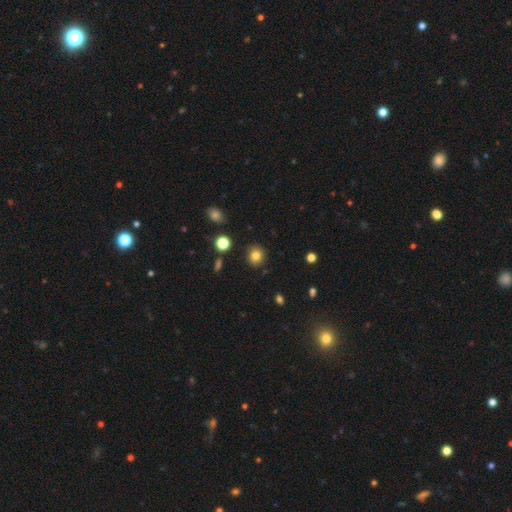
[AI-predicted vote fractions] This appears to be a smooth galaxy with no disk features (82%) that is round (83%). Merging: none (89%).